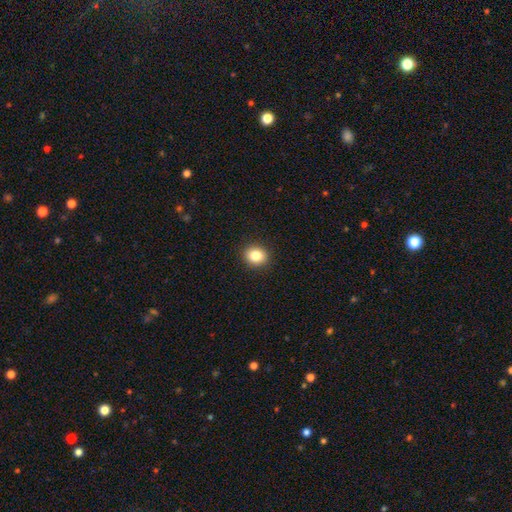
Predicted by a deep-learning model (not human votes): Overall: smooth (84%). How rounded: round (73%). Merging: none (91%).